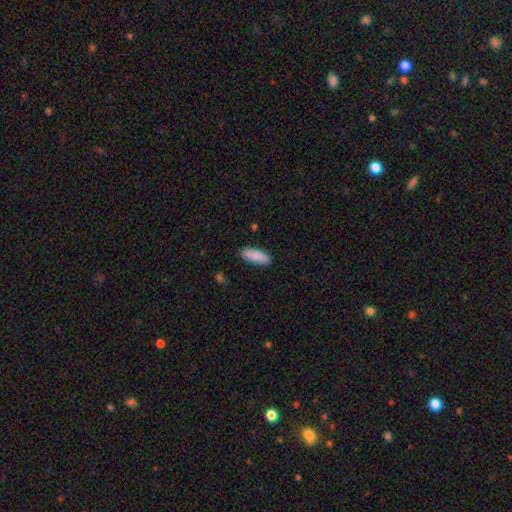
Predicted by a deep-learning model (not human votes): smooth 90%, star or artifact 6%, featured or disk 5%. Down the decision tree: how rounded — in between (65%); merging — none (88%).